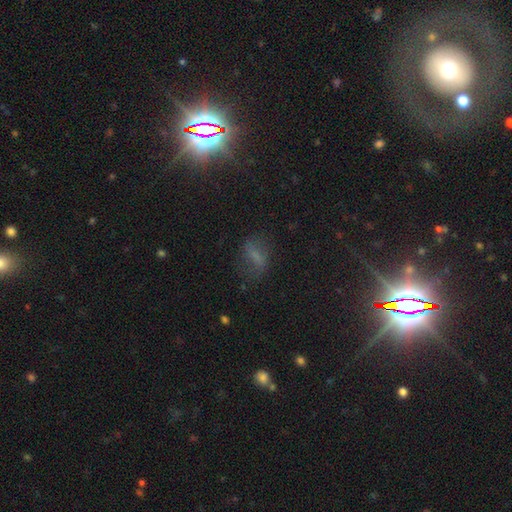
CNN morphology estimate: Q: Smooth or featured?
A: smooth (49%); runner-up: featured or disk (27%)
Q: Merging?
A: none (59%); runner-up: minor disturbance (21%)